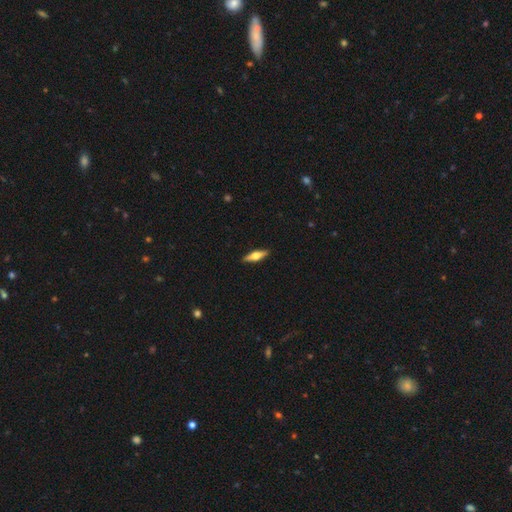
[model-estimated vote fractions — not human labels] Overall: featured or disk (53%; smooth 42%). Edge-on disk: yes (94%). Merging: none (90%).